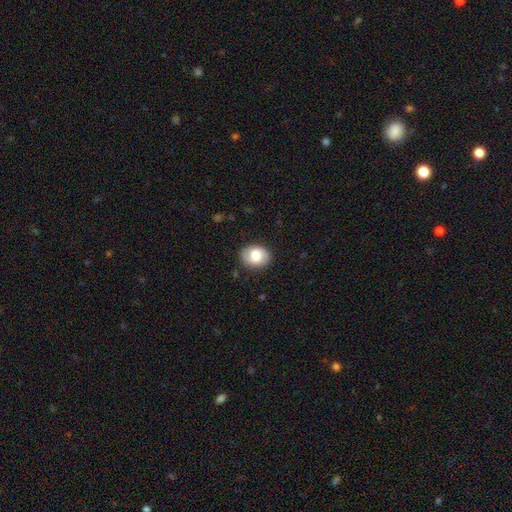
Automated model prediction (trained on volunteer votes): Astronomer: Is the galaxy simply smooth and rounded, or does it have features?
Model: smooth — 69%.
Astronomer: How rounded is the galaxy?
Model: in between — 60% (runner-up: round, 39%).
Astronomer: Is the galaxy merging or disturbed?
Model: none — 85%.